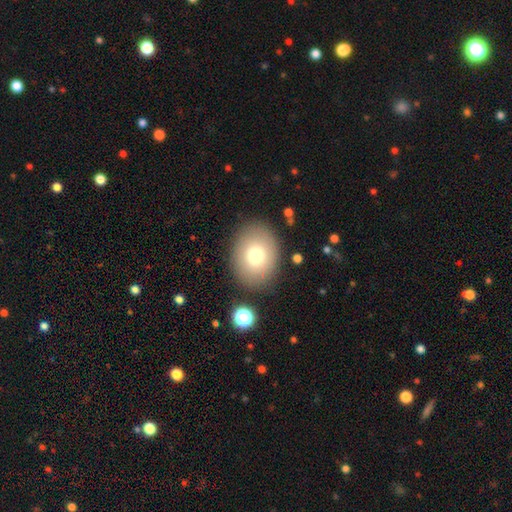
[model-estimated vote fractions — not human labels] Smooth or featured: smooth — 76% (featured or disk — 14%)
How rounded: in between — 56% (round — 43%)
Merging: none — 84% (minor disturbance — 9%)